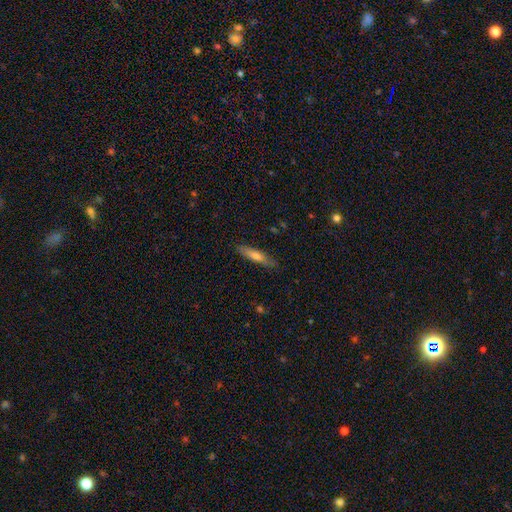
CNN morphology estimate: Smooth or featured? smooth (63%)
How rounded? cigar-shaped (81%)
Merging? none (84%)